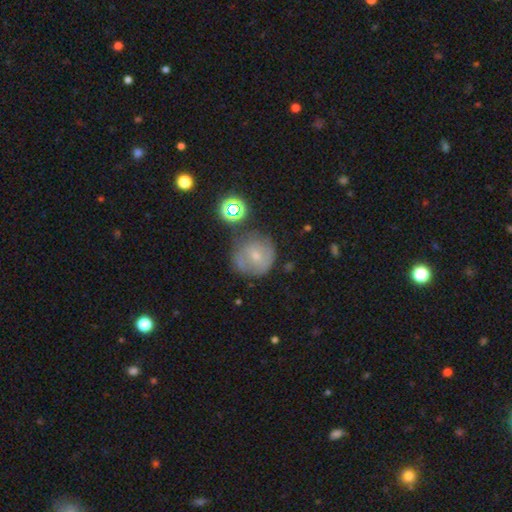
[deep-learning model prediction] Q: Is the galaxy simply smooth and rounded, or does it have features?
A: smooth — 49%.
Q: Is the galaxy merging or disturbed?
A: none — 58%.